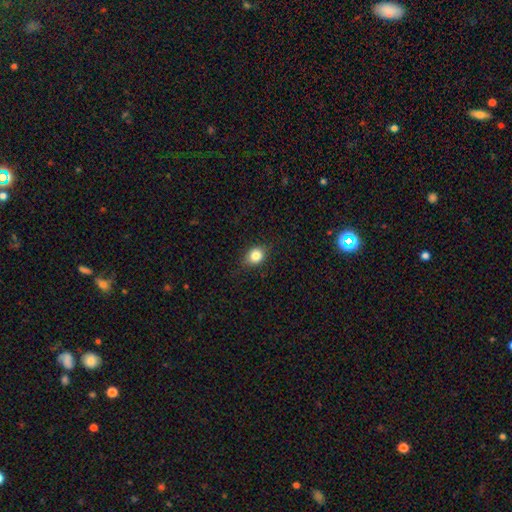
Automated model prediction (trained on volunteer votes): Smooth or featured?
  - smooth: 83% *
  - star or artifact: 10%
  - featured or disk: 7%
How rounded?
  - round: 53% *
  - in between: 46%
  - cigar-shaped: 1%
Merging?
  - none: 83% *
  - minor disturbance: 13%
  - major disturbance: 3%
  - merger: 1%